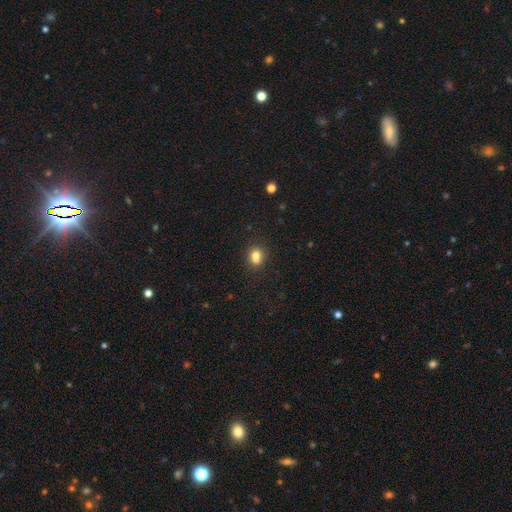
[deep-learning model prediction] Morphology: type=smooth (77%); roundness=round (59%); merging=none (57%).